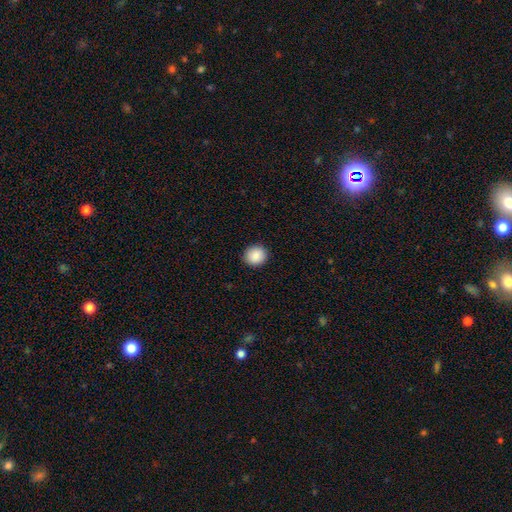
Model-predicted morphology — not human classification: The model was most divided on "how rounded": round: 84%, in between: 15%, cigar-shaped: 1%. More confident: merging — none (92%); smooth or featured — smooth (88%).